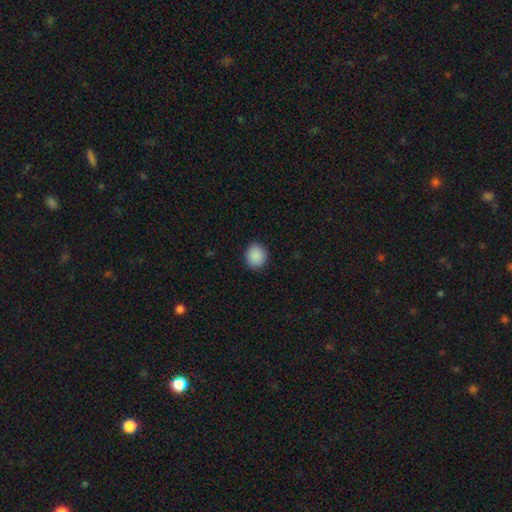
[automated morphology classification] smooth_or_featured: smooth (p=0.89) [alt: star or artifact p=0.08]
how_rounded: round (p=0.78) [alt: in between p=0.21]
merging: none (p=0.89) [alt: minor disturbance p=0.08]